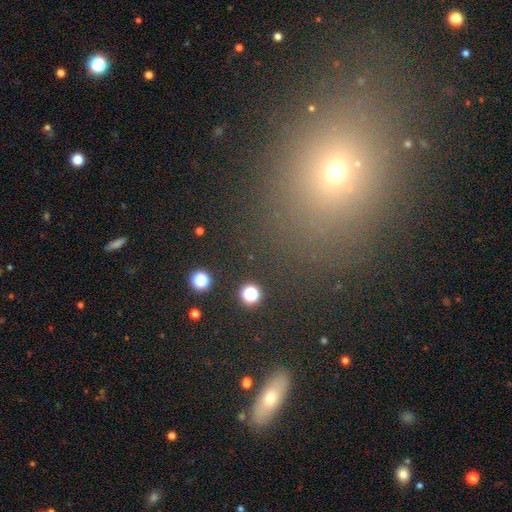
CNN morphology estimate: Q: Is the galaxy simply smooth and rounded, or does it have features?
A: smooth — 49%.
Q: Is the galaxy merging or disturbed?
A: none — 82%.